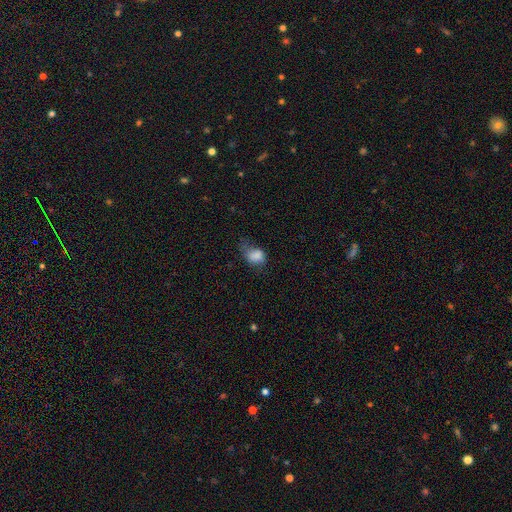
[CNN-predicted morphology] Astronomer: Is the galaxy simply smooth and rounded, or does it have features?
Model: smooth — 81%.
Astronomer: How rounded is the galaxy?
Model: in between — 66%.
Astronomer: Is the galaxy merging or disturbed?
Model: minor disturbance — 36% (runner-up: major disturbance, 31%).